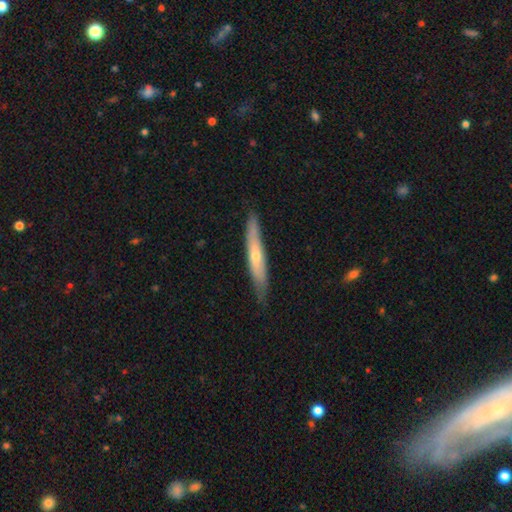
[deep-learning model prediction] The model was most divided on "smooth or featured": featured or disk: 49%, smooth: 45%, star or artifact: 6%. More confident: merging — none (83%).